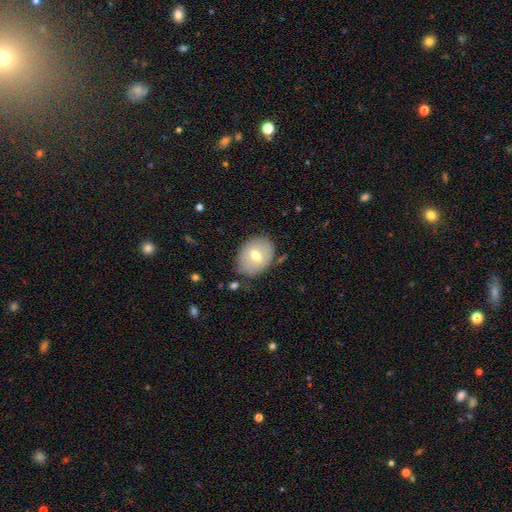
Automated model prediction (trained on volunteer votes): Smooth or featured? smooth (61%)
How rounded? in between (61%)
Merging? none (75%)